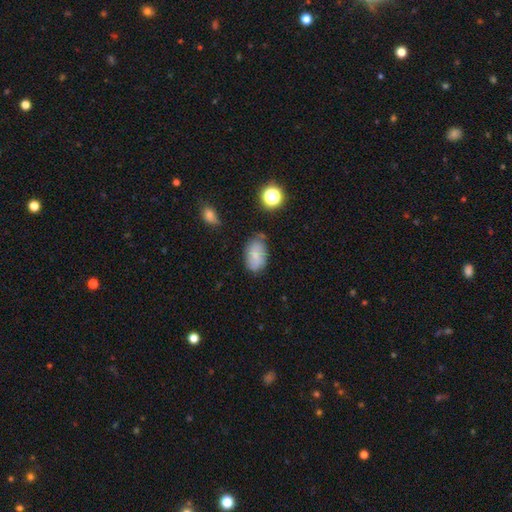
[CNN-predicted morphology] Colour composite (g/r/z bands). It shows a smooth galaxy with no disk features (64%) that is in between round and cigar-shaped (90%). Merging: none (64%).